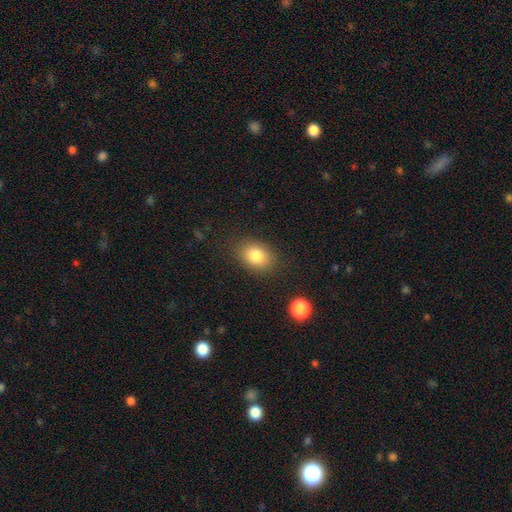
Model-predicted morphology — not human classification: Q: Smooth or featured?
A: smooth (82%); runner-up: star or artifact (10%)
Q: How rounded?
A: in between (70%); runner-up: round (29%)
Q: Merging?
A: none (83%); runner-up: minor disturbance (11%)